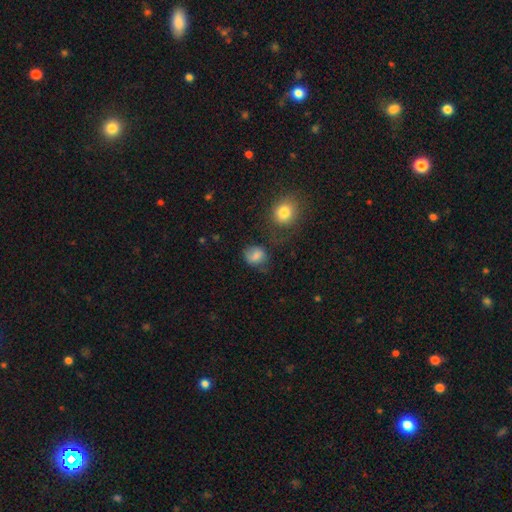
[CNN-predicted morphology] smooth_or_featured: smooth (p=0.75) [alt: featured or disk p=0.14]
how_rounded: round (p=0.58) [alt: in between p=0.41]
merging: none (p=0.52) [alt: minor disturbance p=0.27]